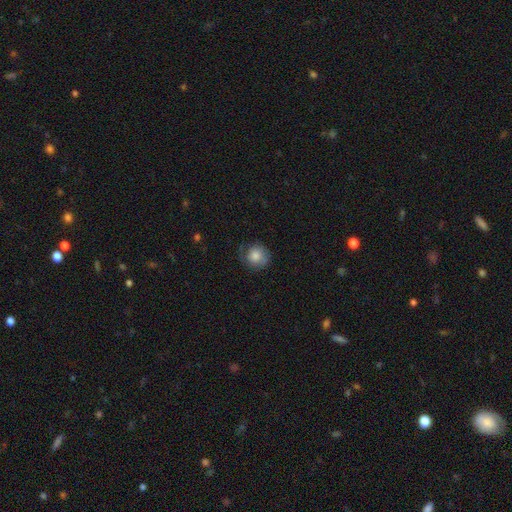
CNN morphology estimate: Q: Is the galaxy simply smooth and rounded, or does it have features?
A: smooth — 75%.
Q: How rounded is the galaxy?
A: round — 88%.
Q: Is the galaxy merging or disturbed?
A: none — 66%.